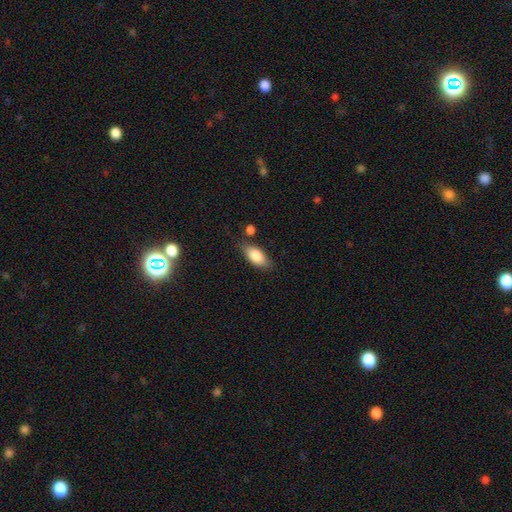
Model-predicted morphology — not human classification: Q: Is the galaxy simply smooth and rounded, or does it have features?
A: smooth — 82%.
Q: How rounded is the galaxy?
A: in between — 87%.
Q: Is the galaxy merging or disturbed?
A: none — 73%.